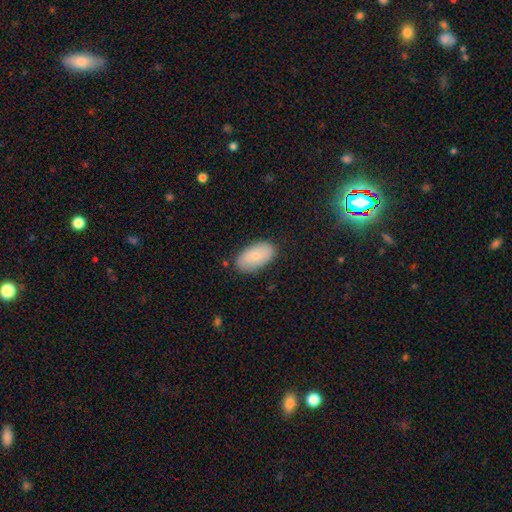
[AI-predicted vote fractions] This appears to be a smooth galaxy with no disk features (73%) that is in between round and cigar-shaped (94%). Merging: none (83%).